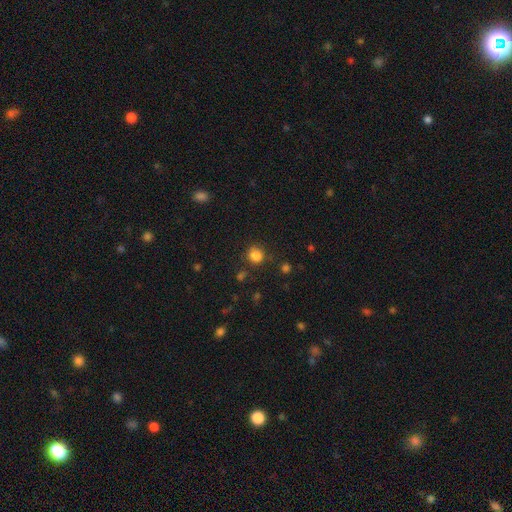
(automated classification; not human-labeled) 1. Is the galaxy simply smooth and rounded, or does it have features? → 81% smooth, 14% star or artifact, 4% featured or disk.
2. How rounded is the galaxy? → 77% round, 22% in between, 1% cigar-shaped.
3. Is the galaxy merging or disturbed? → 74% none, 15% minor disturbance, 6% major disturbance, 5% merger.